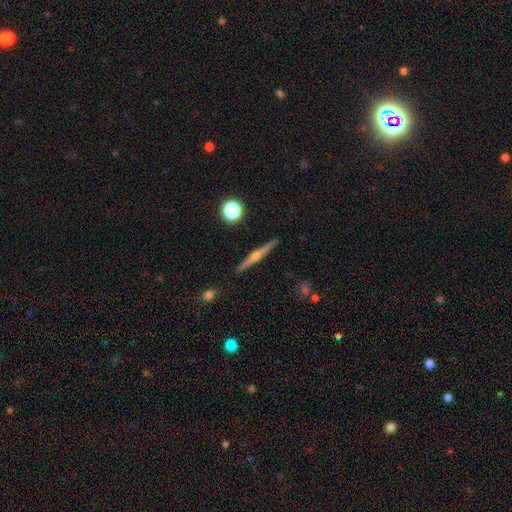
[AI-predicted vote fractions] Smooth or featured?
  - featured or disk: 76% *
  - smooth: 17%
  - star or artifact: 7%
Edge-on disk?
  - yes: 98% *
  - no: 2%
Edge-on bulge?
  - rounded: 90% *
  - none: 5%
  - boxy: 4%
Merging?
  - none: 92% *
  - minor disturbance: 6%
  - major disturbance: 1%
  - merger: 1%